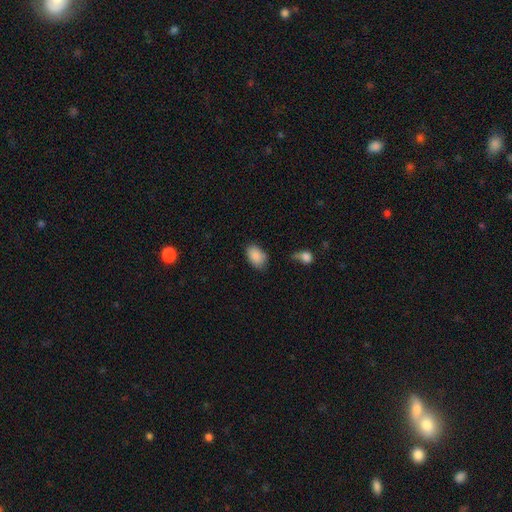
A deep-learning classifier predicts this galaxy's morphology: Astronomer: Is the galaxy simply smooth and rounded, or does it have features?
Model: smooth — 88%.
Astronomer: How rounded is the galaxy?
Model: in between — 89%.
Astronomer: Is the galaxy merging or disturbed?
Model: none — 75%.